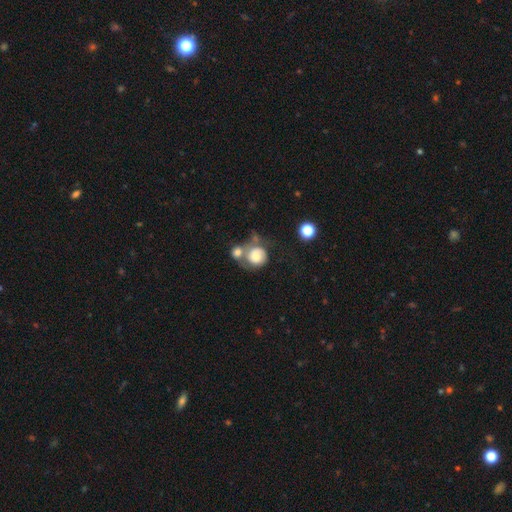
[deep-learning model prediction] Smooth or featured: smooth — 70% (featured or disk — 22%)
How rounded: round — 86% (in between — 13%)
Merging: merger — 46% (none — 29%)